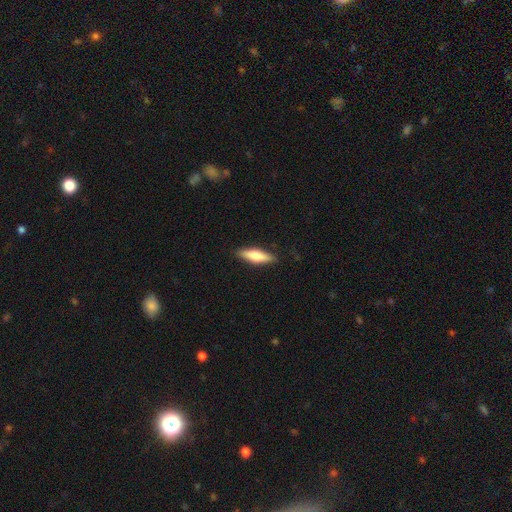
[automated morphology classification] smooth-or-featured: smooth: 59% | featured or disk: 35% | star or artifact: 6%
  how-rounded: cigar-shaped: 63% | in between: 35% | round: 2%
  merging: none: 89% | minor disturbance: 9% | major disturbance: 2% | merger: 1%